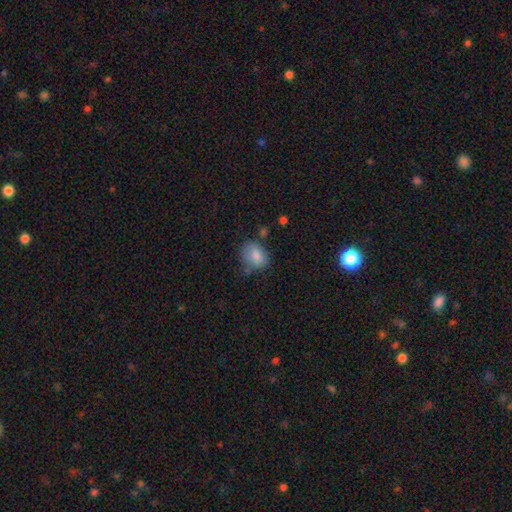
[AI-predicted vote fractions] This appears to be a smooth galaxy with no disk features (84%) that is in between round and cigar-shaped (65%). Merging: none (63%).